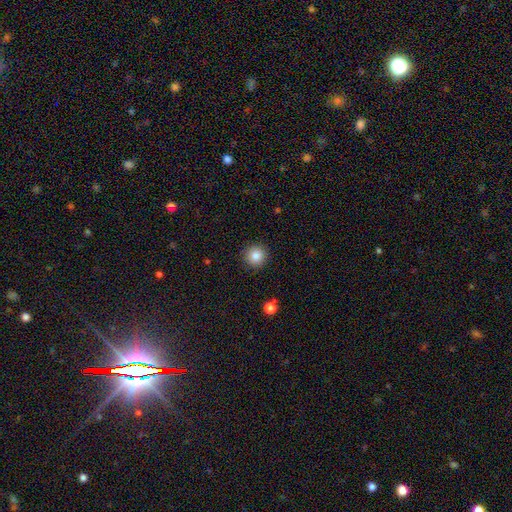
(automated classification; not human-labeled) A smooth galaxy with no disk features (85%) that is round (95%). Merging: none (92%).